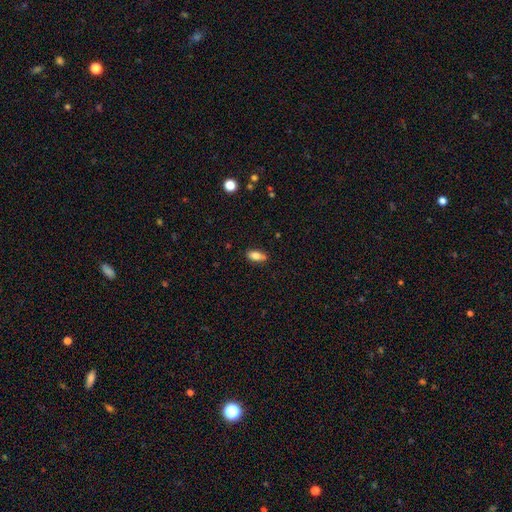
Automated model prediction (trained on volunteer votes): Morphology: type=smooth (79%); roundness=in between (85%); merging=none (81%).